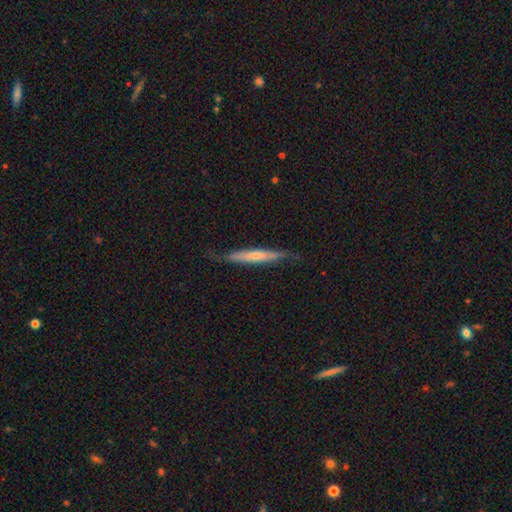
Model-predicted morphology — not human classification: smooth_or_featured: featured or disk (p=0.48) [alt: smooth p=0.47]
merging: none (p=0.75) [alt: minor disturbance p=0.19]